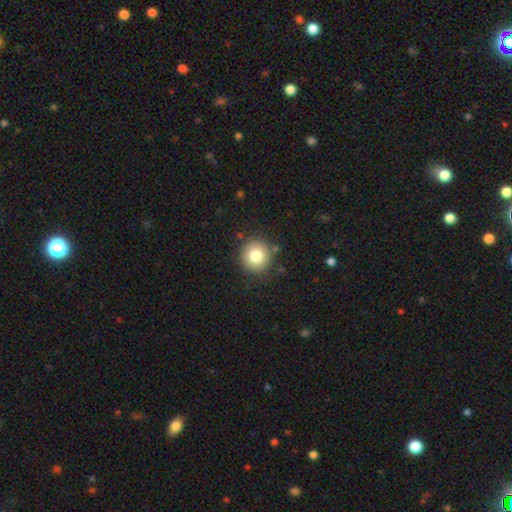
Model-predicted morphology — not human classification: Overall: smooth (81%). How rounded: round (94%). Merging: none (88%).